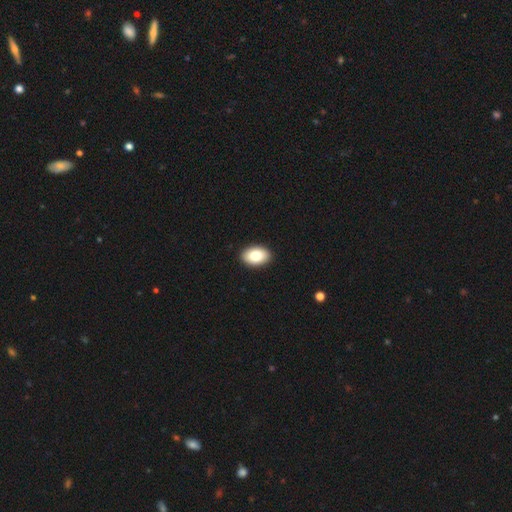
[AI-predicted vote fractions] Q: Smooth or featured?
A: smooth (82%); runner-up: featured or disk (11%)
Q: How rounded?
A: in between (90%); runner-up: round (9%)
Q: Merging?
A: none (92%); runner-up: minor disturbance (6%)